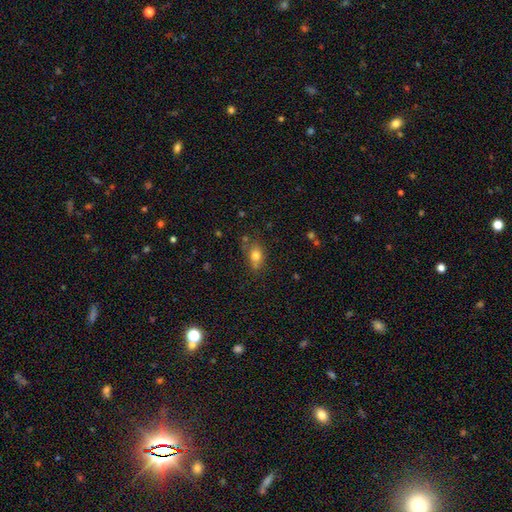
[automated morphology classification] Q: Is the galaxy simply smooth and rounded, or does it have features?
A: smooth — 77%.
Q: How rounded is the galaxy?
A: in between — 69%.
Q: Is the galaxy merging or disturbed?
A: none — 62%.